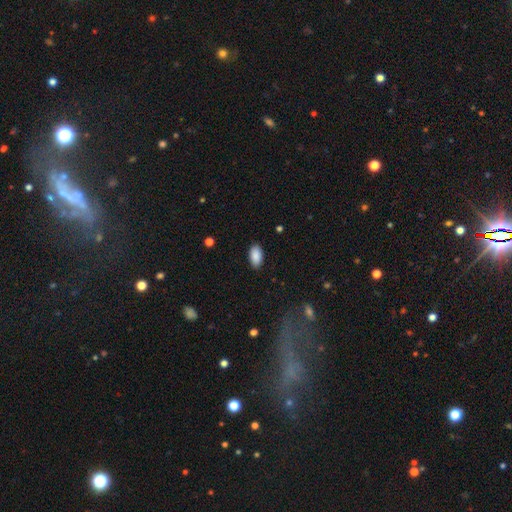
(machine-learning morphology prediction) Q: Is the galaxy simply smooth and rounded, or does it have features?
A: smooth — 89%.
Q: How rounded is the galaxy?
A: in between — 95%.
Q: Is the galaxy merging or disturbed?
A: none — 88%.